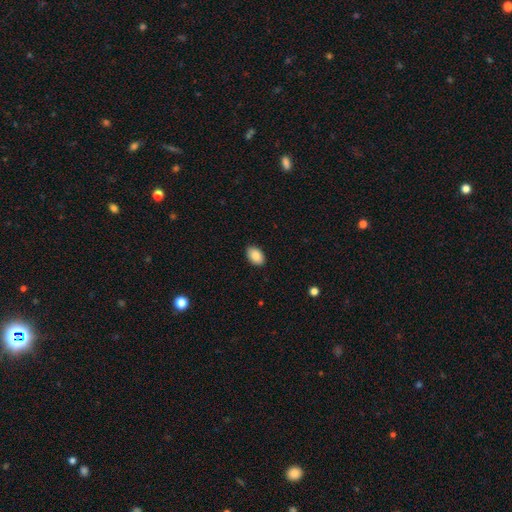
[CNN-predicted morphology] This appears to be a smooth galaxy with no disk features (88%) that is in between round and cigar-shaped (90%). Merging: none (89%).